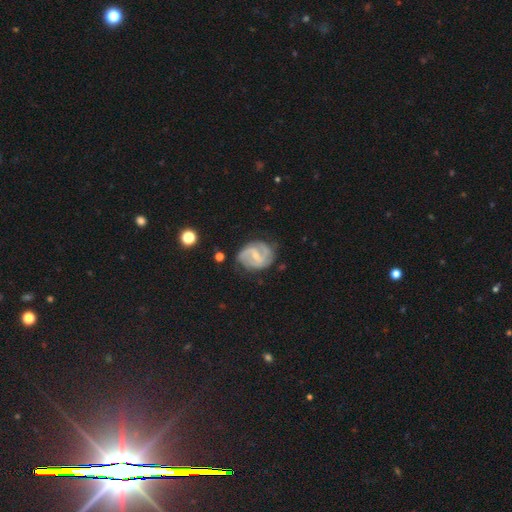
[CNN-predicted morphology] A featured or disk galaxy (87%) with a weak bar (57%), 2 (72%) medium (50%) spiral arms (96%) and a small central bulge (60%). Merging: none (69%).